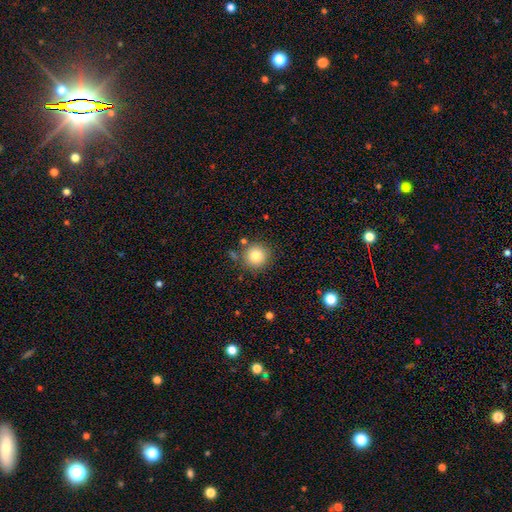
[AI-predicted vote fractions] This is clearly a smooth galaxy (81%). How rounded: clearly round (94%). Merging: clearly none (83%).